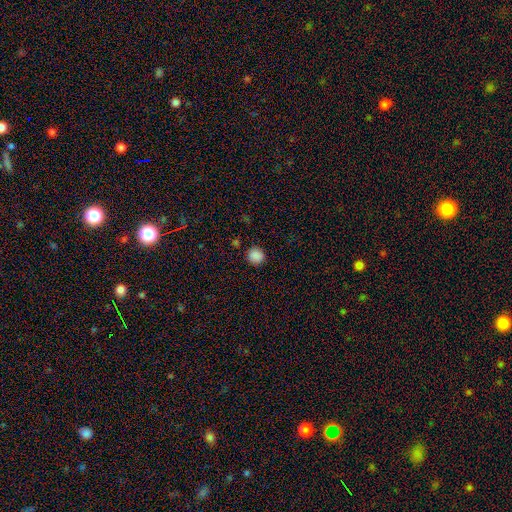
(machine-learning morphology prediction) smooth_or_featured: smooth (p=0.87) [alt: star or artifact p=0.10]
how_rounded: round (p=0.89) [alt: in between p=0.10]
merging: none (p=0.88) [alt: minor disturbance p=0.08]